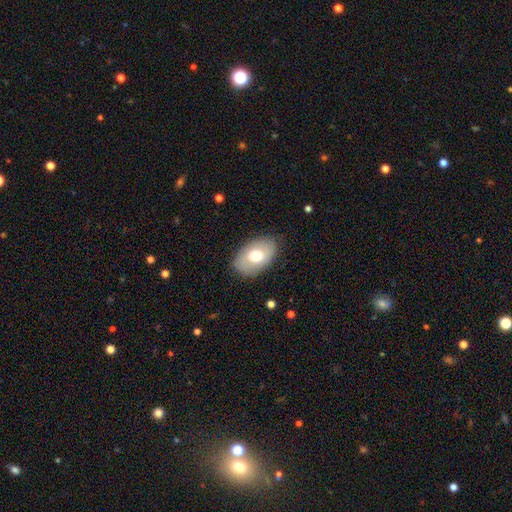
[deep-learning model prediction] A smooth galaxy with no disk features (69%) that is in between round and cigar-shaped (91%). Merging: none (83%).